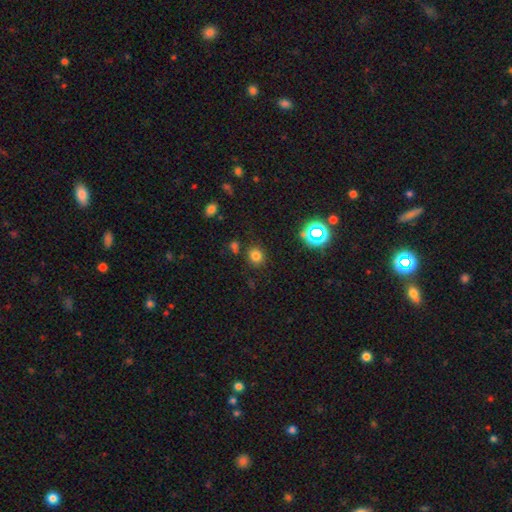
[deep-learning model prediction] smooth-or-featured: smooth: 74% | star or artifact: 20% | featured or disk: 7%
  how-rounded: round: 79% | in between: 20% | cigar-shaped: 1%
  merging: none: 81% | minor disturbance: 9% | merger: 6% | major disturbance: 3%